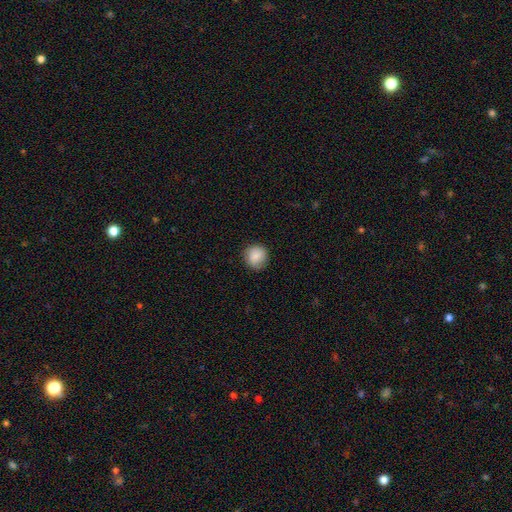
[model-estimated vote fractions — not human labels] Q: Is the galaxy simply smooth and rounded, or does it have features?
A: smooth — 84%.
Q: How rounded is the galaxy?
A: round — 91%.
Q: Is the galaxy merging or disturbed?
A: none — 84%.